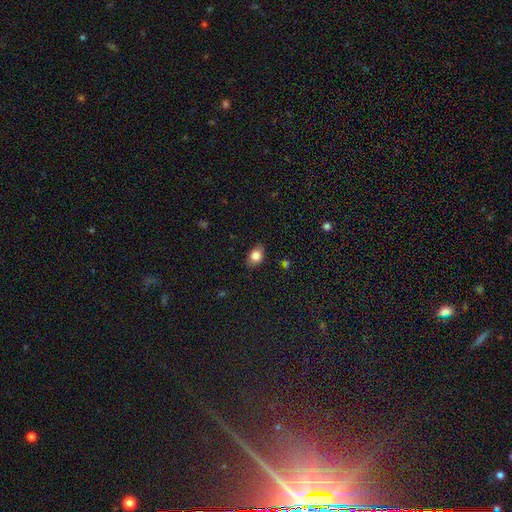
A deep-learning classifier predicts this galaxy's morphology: Smooth or featured? Predicted: smooth (p=0.81). How rounded? Predicted: in between (p=0.73). Merging? Predicted: none (p=0.81).